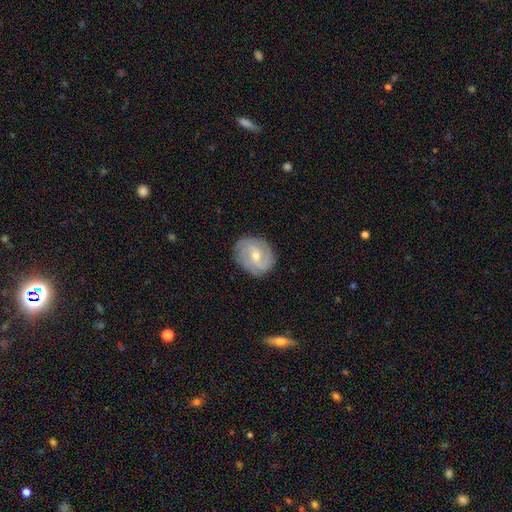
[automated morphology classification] Q: Smooth or featured?
A: featured or disk (77%); runner-up: smooth (17%)
Q: Edge-on disk?
A: no (97%); runner-up: yes (3%)
Q: Bar?
A: weak (44%); tied with: no (44%)
Q: Spiral arms?
A: yes (93%); runner-up: no (7%)
Q: Spiral winding?
A: tight (50%); runner-up: medium (36%)
Q: Spiral arm count?
A: 2 (31%); runner-up: 3 (26%)
Q: Bulge size?
A: small (49%); runner-up: moderate (48%)
Q: Merging?
A: none (84%); runner-up: minor disturbance (12%)